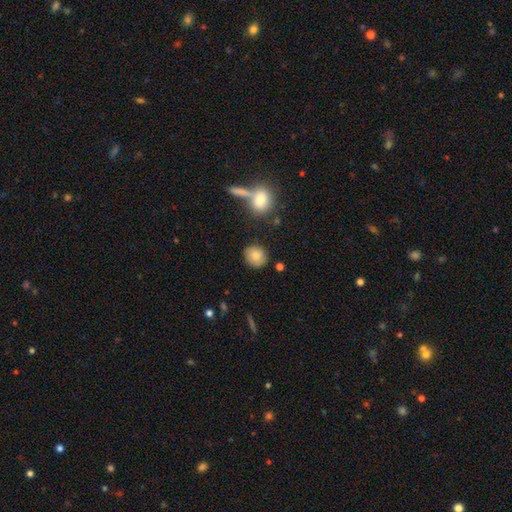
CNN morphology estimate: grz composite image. It shows a smooth galaxy with no disk features (83%) that is round (81%). Merging: none (79%).